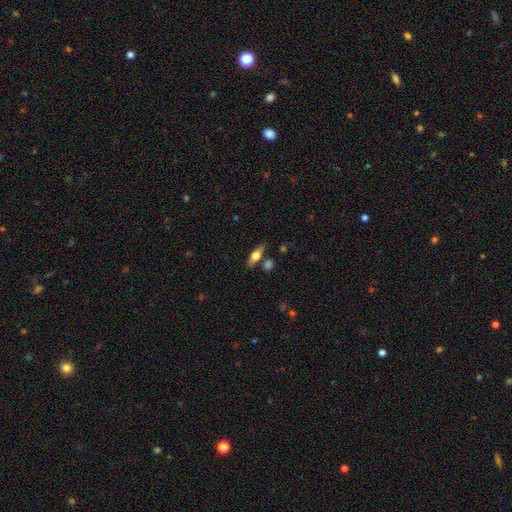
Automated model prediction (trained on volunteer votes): Overall: smooth (53%; featured or disk 39%). How rounded: in between (57%; cigar-shaped 39%). Merging: none (75%).